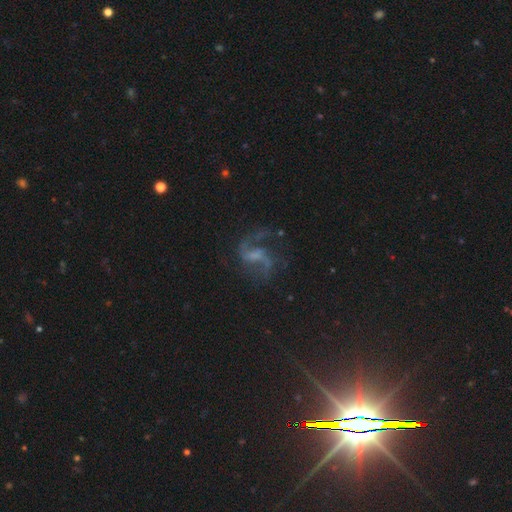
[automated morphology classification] The model was most divided on "bulge size": none: 40%, small: 33%, moderate: 21%, large: 4%, dominant: 1%. More confident: edge-on disk — no (98%); spiral arms — yes (95%); spiral arm count — 2 (85%); smooth or featured — featured or disk (82%); merging — none (65%); spiral winding — loose (53%); bar — weak (52%).